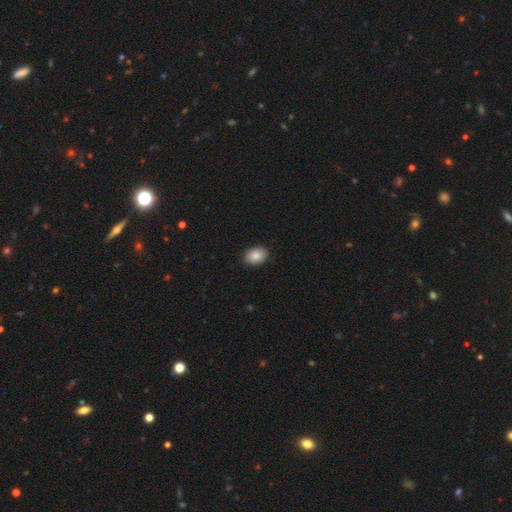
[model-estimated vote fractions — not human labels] A smooth galaxy with no disk features (88%) that is in between round and cigar-shaped (74%).

Vote fractions:
- Smooth or featured? smooth: 88% / star or artifact: 7% / featured or disk: 5%
- How rounded? in between: 74% / round: 25% / cigar-shaped: 1%
- Merging? none: 90% / minor disturbance: 8% / major disturbance: 2% / merger: 1%